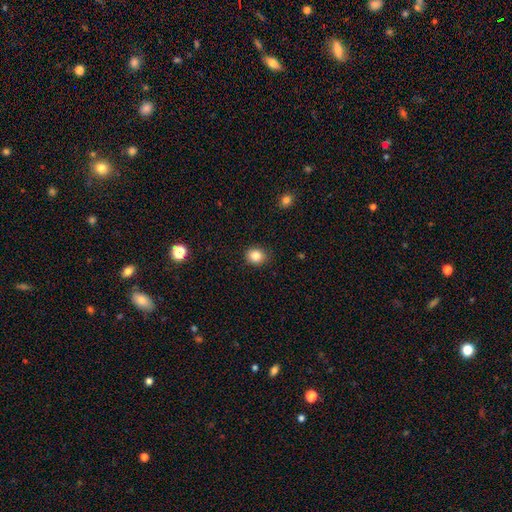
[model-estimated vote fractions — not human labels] Morphology: type=smooth (84%); roundness=round (68%); merging=none (88%).